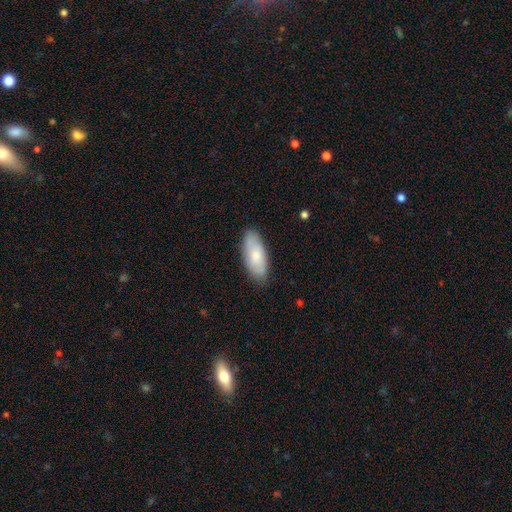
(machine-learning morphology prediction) Smooth or featured? Predicted: smooth (p=0.76). How rounded? Predicted: in between (p=0.84). Merging? Predicted: none (p=0.84).